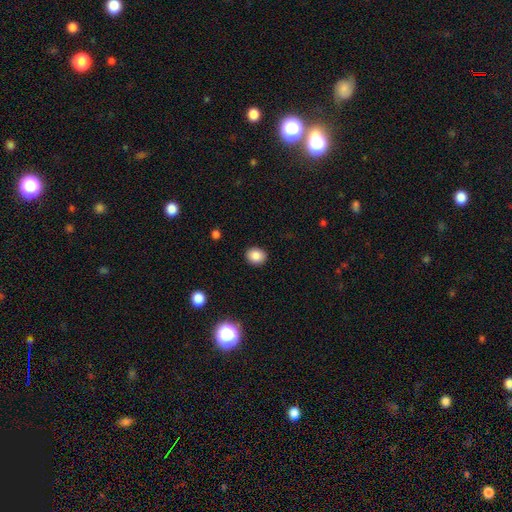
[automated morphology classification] This is clearly a smooth galaxy (86%). How rounded: likely round (61%). Merging: clearly none (90%).